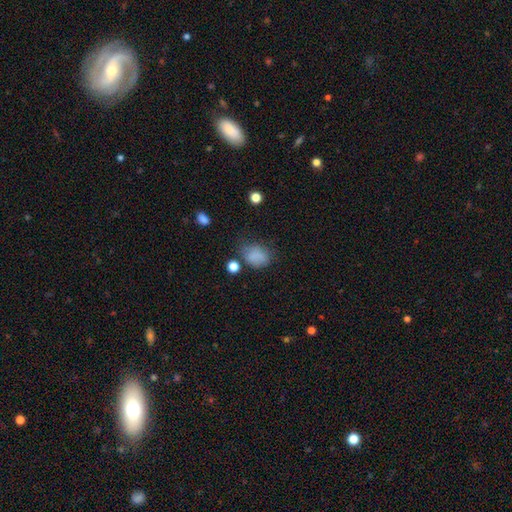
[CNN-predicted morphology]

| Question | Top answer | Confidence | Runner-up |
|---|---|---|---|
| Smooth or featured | smooth | 80% | star or artifact (12%) |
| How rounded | in between | 57% | round (42%) |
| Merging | none | 54% | minor disturbance (27%) |